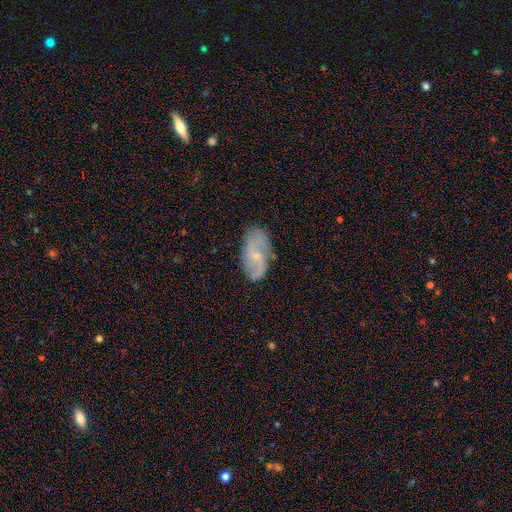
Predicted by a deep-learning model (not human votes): This is likely a featured or disk galaxy (72%). It is clearly not viewed edge-on (96%). Bar: possibly no (52%). Spiral arm pattern: clearly yes (91%). Spiral arm count: likely 2 (79%). Spiral winding: marginally loose (44%). Central bulge: likely small (67%). Merging: likely none (73%).